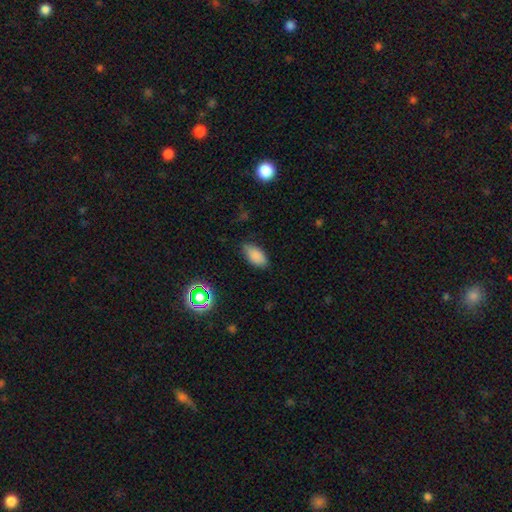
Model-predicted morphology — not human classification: smooth_or_featured: smooth (p=0.85) [alt: star or artifact p=0.10]
how_rounded: in between (p=0.93) [alt: cigar-shaped p=0.04]
merging: none (p=0.78) [alt: minor disturbance p=0.18]